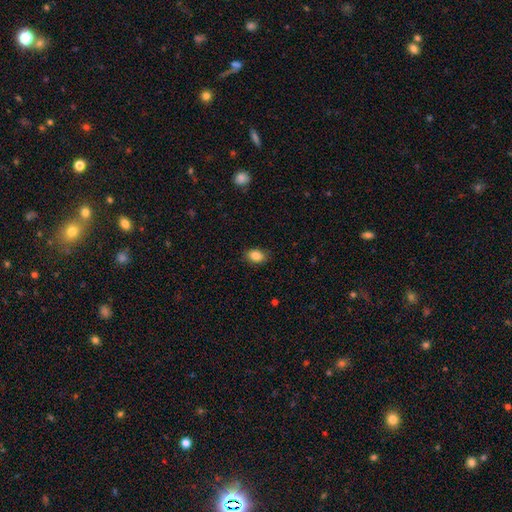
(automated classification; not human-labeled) Q: Smooth or featured?
A: smooth (86%); runner-up: star or artifact (9%)
Q: How rounded?
A: in between (77%); runner-up: round (22%)
Q: Merging?
A: none (85%); runner-up: minor disturbance (12%)